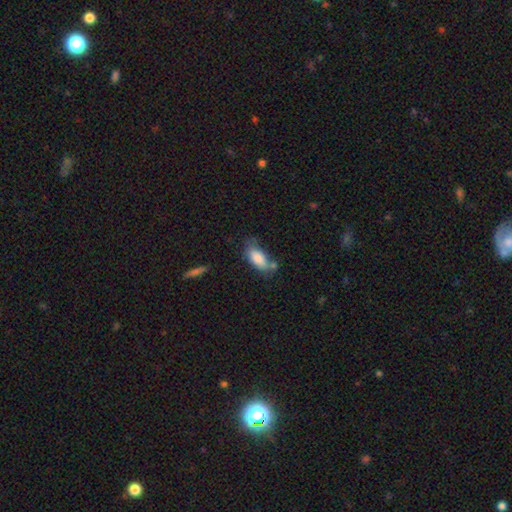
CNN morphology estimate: A smooth galaxy with no disk features (82%) that is in between round and cigar-shaped (85%). Merging: none (57%).